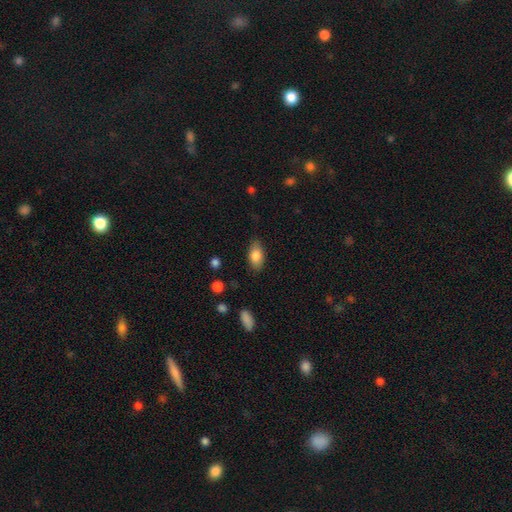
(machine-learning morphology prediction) Overall: smooth (83%). How rounded: in between (90%). Merging: none (80%).